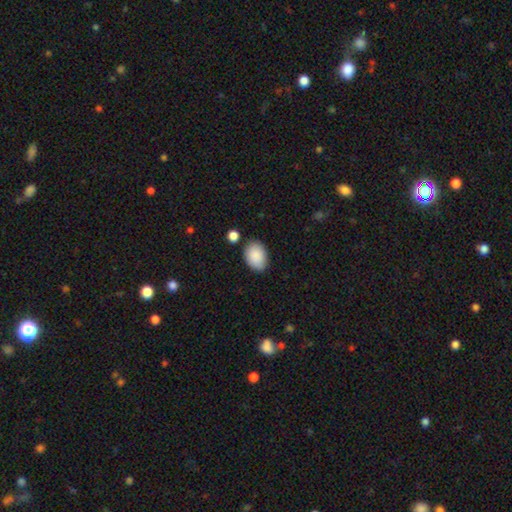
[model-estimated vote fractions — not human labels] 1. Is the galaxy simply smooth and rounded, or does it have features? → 90% smooth, 6% star or artifact, 4% featured or disk.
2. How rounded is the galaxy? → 82% in between, 17% round, 1% cigar-shaped.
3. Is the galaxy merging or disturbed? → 77% none, 15% minor disturbance, 4% merger, 3% major disturbance.